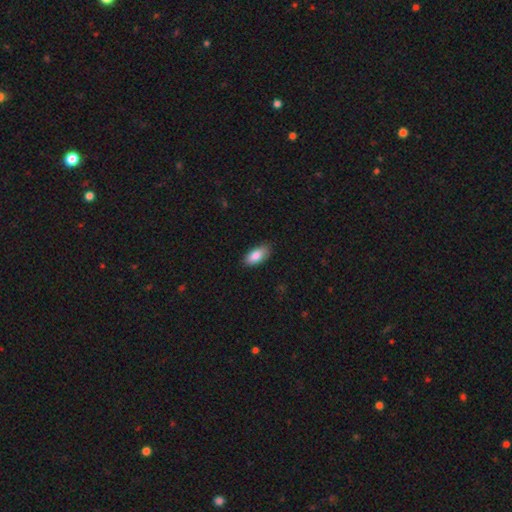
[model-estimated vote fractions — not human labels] Smooth or featured: smooth — 86% (featured or disk — 8%)
How rounded: in between — 90% (cigar-shaped — 7%)
Merging: none — 84% (minor disturbance — 13%)